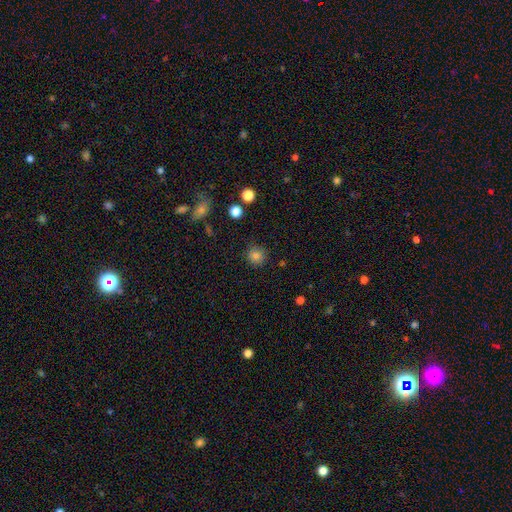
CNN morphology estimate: smooth 83%, star or artifact 12%, featured or disk 5%. Down the decision tree: how rounded — round (92%); merging — none (87%).